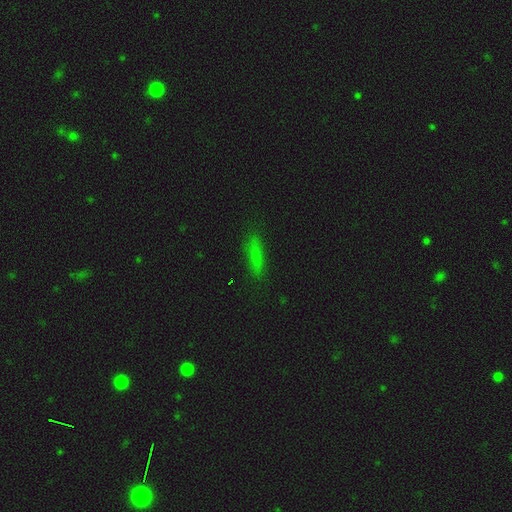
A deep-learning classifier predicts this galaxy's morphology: Smooth or featured? smooth (72%)
How rounded? cigar-shaped (77%)
Merging? none (84%)